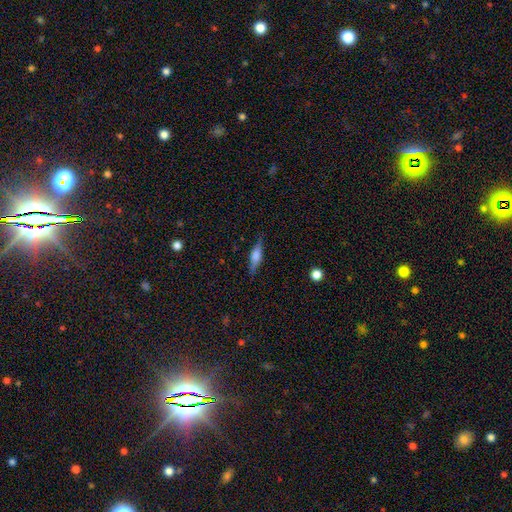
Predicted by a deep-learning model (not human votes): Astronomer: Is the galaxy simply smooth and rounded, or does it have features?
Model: smooth — 48% (runner-up: featured or disk, 44%).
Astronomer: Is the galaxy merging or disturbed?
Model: none — 83%.